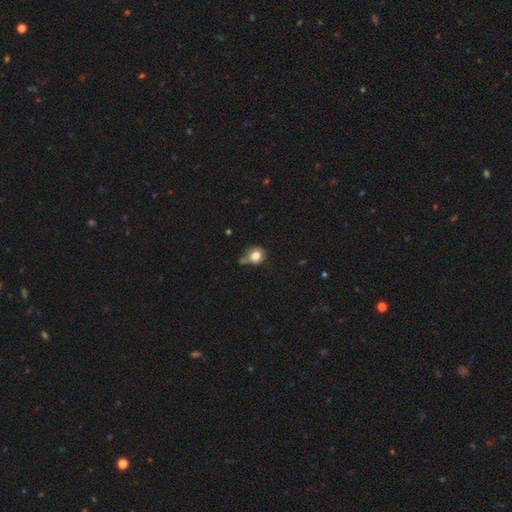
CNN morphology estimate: type=smooth (79%); roundness=round (80%); merging=none (48%).